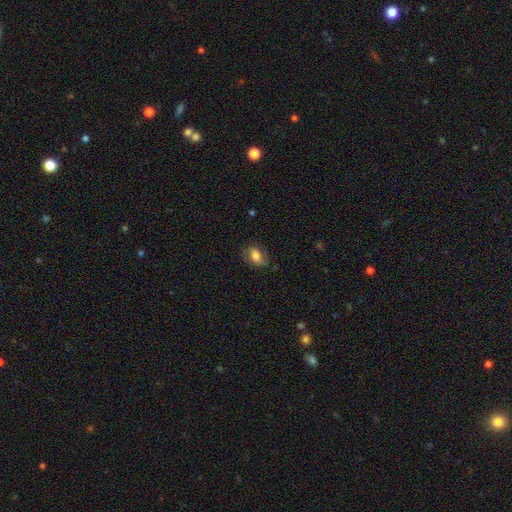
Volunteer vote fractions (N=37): A smooth galaxy with no disk features (81%) that is in between round and cigar-shaped (80%).

Vote fractions:
- Smooth or featured? smooth: 81% / featured or disk: 19% / star or artifact: 0%
- How rounded? in between: 80% / round: 20% / cigar-shaped: 0%
- Merging? none: 76% / minor disturbance: 19% / major disturbance: 5% / merger: 0%